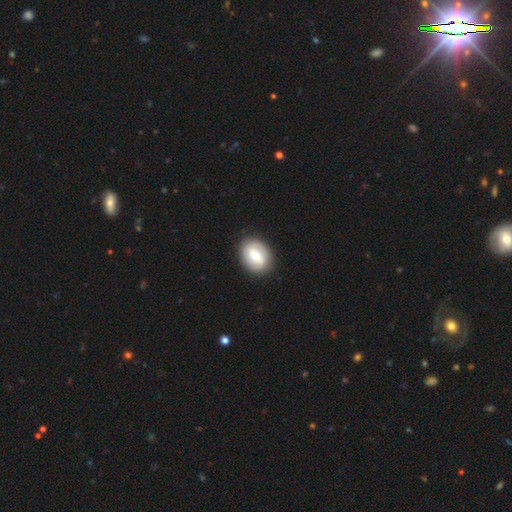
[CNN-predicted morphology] smooth-or-featured: smooth: 57% | featured or disk: 37% | star or artifact: 6%
  how-rounded: in between: 66% | round: 32% | cigar-shaped: 1%
  merging: none: 88% | minor disturbance: 9% | major disturbance: 3% | merger: 1%